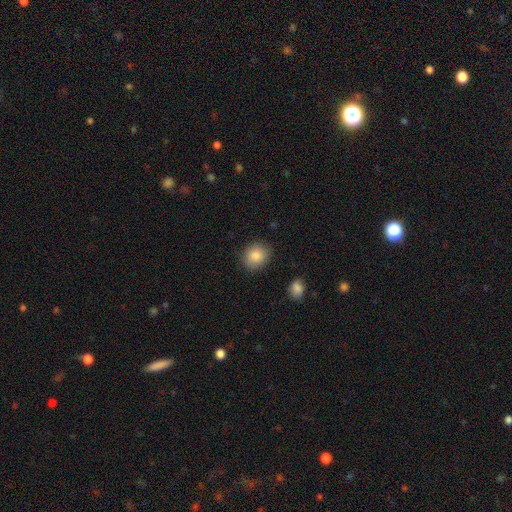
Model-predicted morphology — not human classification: smooth 86%, star or artifact 8%, featured or disk 6%. Down the decision tree: how rounded — round (60%); merging — none (86%).